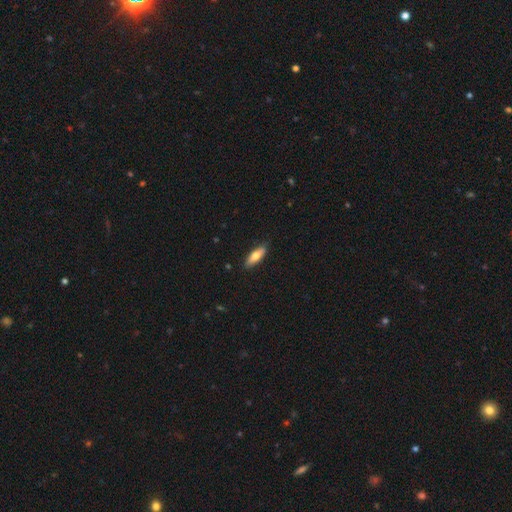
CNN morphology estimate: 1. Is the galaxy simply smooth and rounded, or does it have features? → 68% smooth, 26% featured or disk, 6% star or artifact.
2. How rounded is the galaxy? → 50% in between, 48% cigar-shaped, 2% round.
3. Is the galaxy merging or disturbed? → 85% none, 12% minor disturbance, 2% major disturbance, 1% merger.